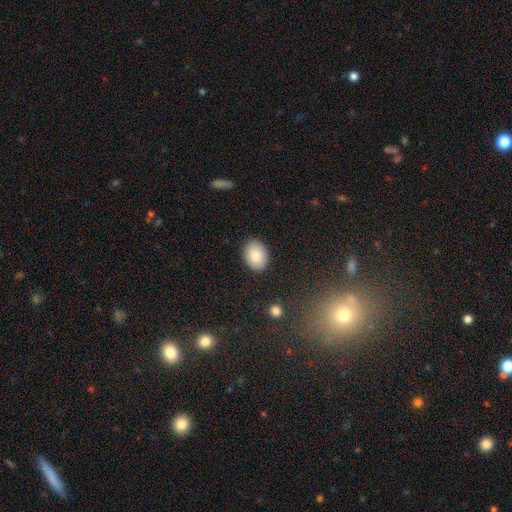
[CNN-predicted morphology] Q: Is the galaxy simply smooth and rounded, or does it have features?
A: smooth — 84%.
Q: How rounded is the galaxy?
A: in between — 68%.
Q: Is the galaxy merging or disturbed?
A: none — 89%.